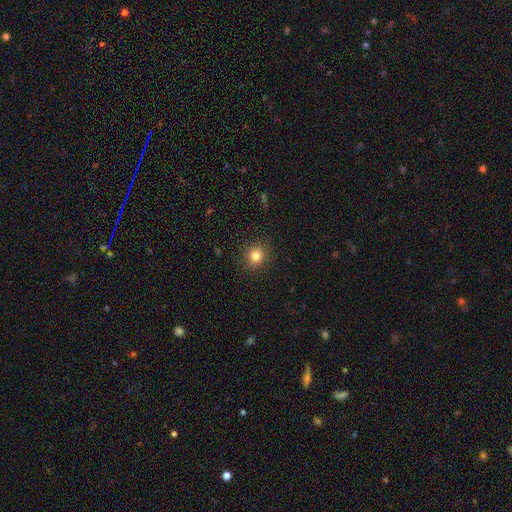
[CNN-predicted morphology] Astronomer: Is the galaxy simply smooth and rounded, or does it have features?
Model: smooth — 81%.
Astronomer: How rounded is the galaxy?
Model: round — 88%.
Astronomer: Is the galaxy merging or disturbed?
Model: none — 90%.